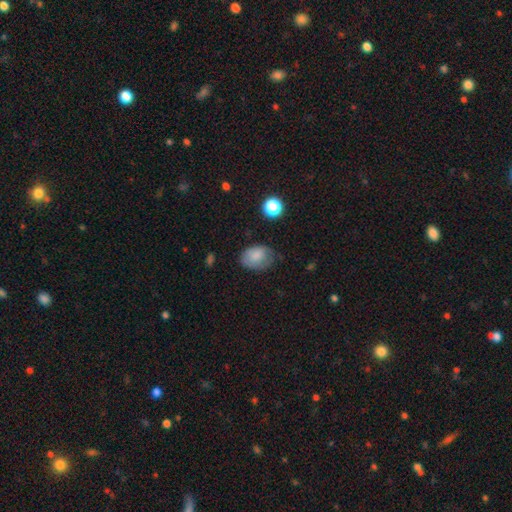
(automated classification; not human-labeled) Smooth or featured: smooth — 80% (featured or disk — 11%)
How rounded: in between — 75% (round — 24%)
Merging: none — 59% (minor disturbance — 30%)